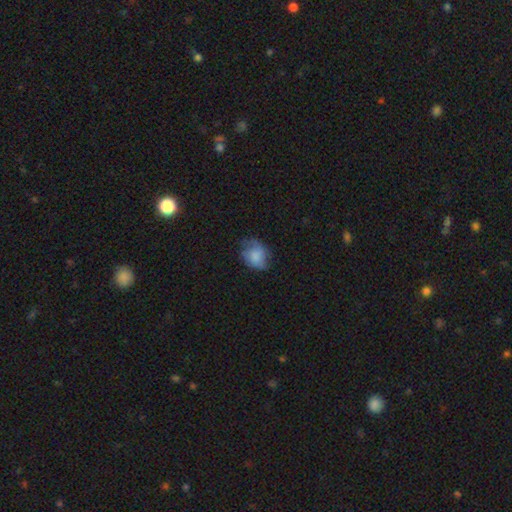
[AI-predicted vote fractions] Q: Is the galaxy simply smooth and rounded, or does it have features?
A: smooth — 70%.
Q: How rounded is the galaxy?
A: in between — 56%.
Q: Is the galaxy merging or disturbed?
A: none — 53%.